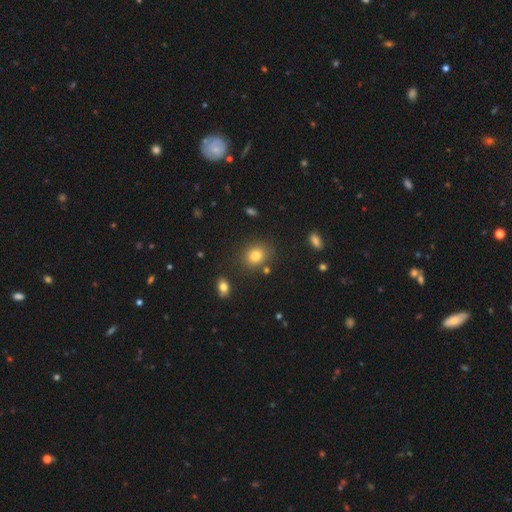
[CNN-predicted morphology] smooth-or-featured: smooth: 80% | star or artifact: 12% | featured or disk: 8%
  how-rounded: round: 57% | in between: 42% | cigar-shaped: 1%
  merging: none: 82% | minor disturbance: 11% | merger: 4% | major disturbance: 3%